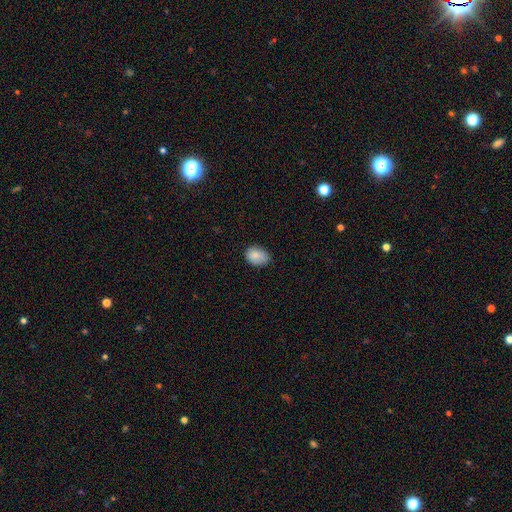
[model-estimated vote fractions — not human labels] smooth-or-featured: smooth: 85% | star or artifact: 8% | featured or disk: 8%
  how-rounded: in between: 70% | round: 29% | cigar-shaped: 1%
  merging: none: 69% | minor disturbance: 26% | major disturbance: 4% | merger: 1%